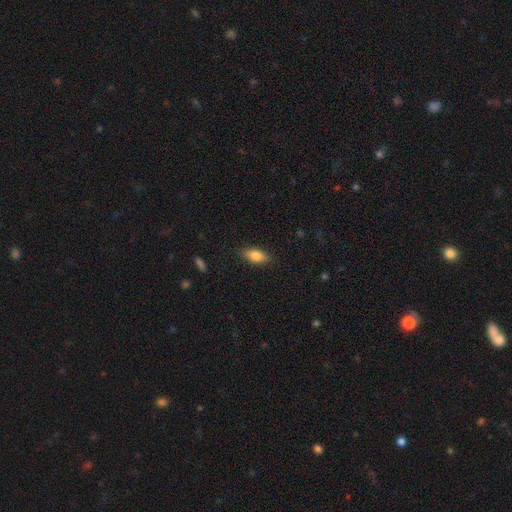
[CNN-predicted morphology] smooth 80%, featured or disk 13%, star or artifact 7%. Down the decision tree: how rounded — in between (84%); merging — none (86%).